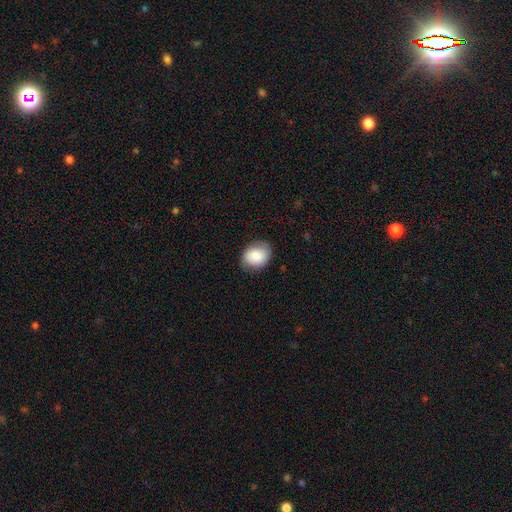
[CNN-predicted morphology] Smooth or featured? smooth (75%)
How rounded? round (52%)
Merging? none (79%)